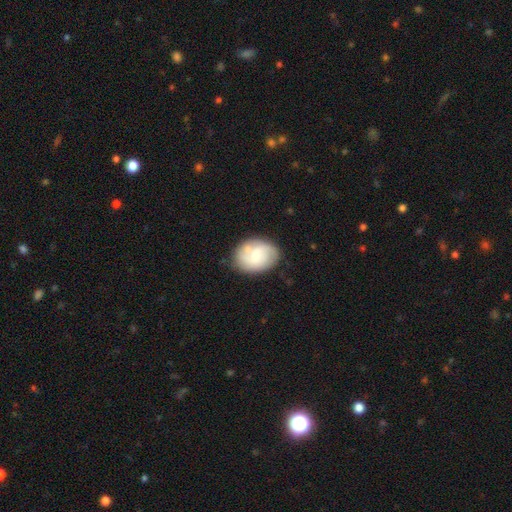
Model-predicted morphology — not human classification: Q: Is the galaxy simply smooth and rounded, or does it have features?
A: featured or disk — 49%.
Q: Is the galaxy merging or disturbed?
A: none — 71%.